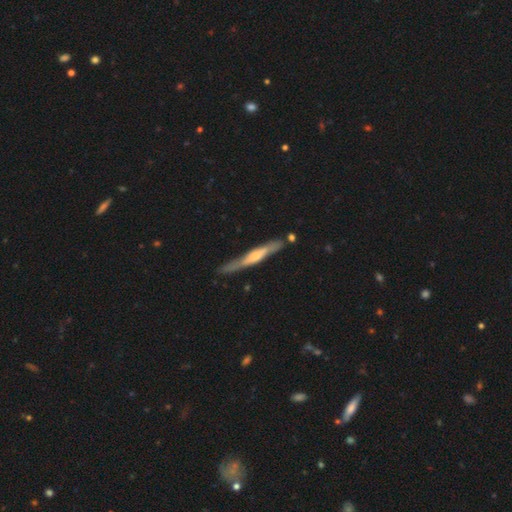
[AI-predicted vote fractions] Smooth or featured? Predicted: featured or disk (p=0.64). Edge-on disk? Predicted: yes (p=0.93). Edge-on bulge? Predicted: rounded (p=0.70). Merging? Predicted: none (p=0.75).